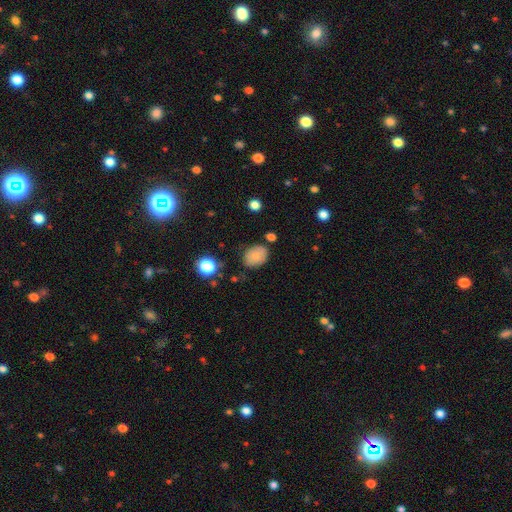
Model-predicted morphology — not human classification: Smooth or featured? Predicted: smooth (p=0.81). How rounded? Predicted: in between (p=0.71). Merging? Predicted: none (p=0.72).